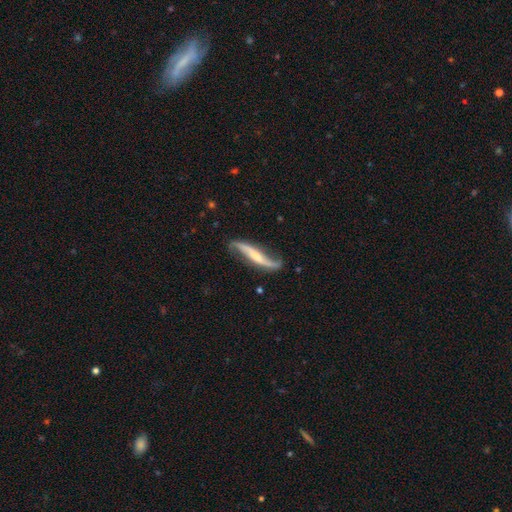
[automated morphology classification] type=featured or disk (84%); edge-on=no (73%); bar=strong (37%); spiral arms=yes (95%); winding=loose (88%); arm count=2 (91%); bulge=small (45%); merging=none (72%).